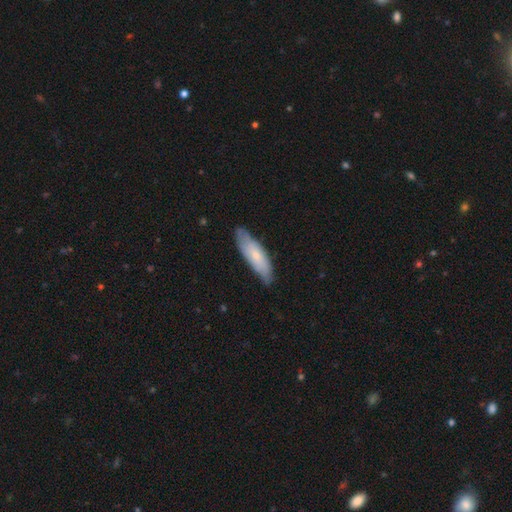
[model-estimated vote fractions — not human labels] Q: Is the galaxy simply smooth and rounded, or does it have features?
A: smooth — 57%.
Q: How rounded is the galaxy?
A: cigar-shaped — 51%.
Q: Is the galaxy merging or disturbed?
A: none — 75%.